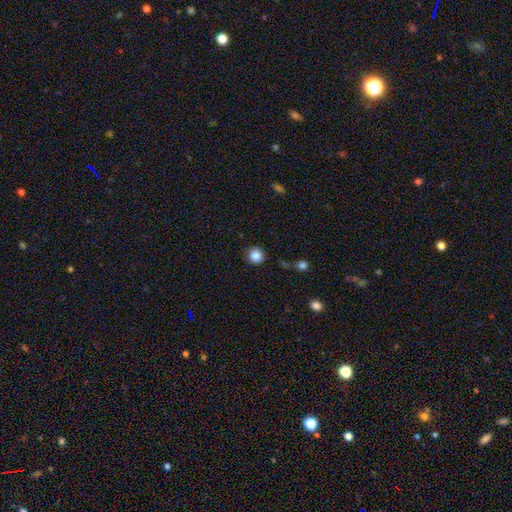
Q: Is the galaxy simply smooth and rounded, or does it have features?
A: smooth — 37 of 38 (97%).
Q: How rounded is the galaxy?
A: round — 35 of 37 (95%).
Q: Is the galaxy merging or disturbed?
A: none — 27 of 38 (71%).